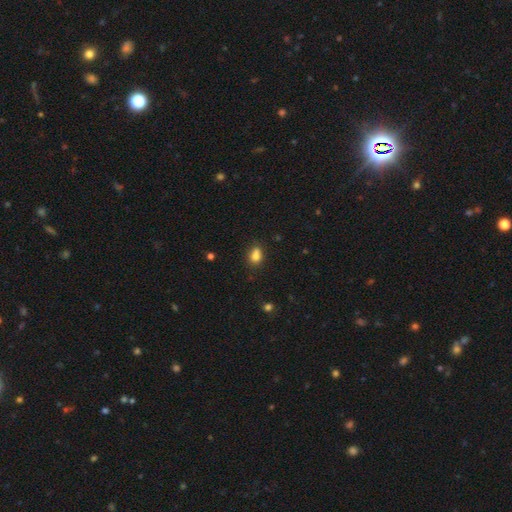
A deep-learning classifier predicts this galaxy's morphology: Smooth or featured? smooth (79%)
How rounded? in between (55%)
Merging? none (53%)